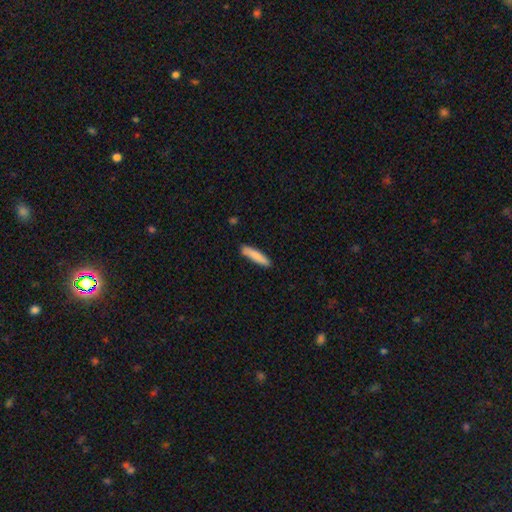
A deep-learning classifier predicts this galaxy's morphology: Smooth or featured? Predicted: smooth (p=0.83). How rounded? Predicted: cigar-shaped (p=0.86). Merging? Predicted: none (p=0.83).